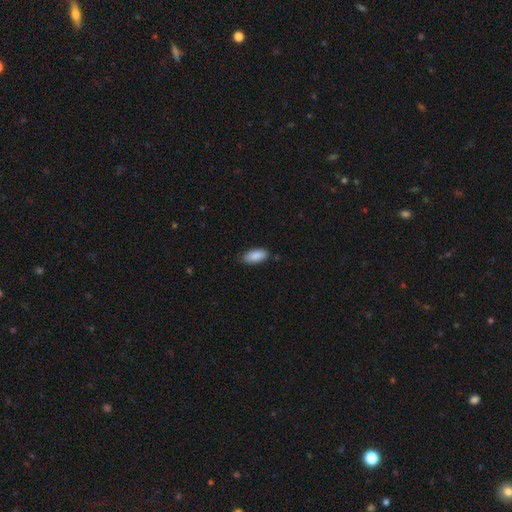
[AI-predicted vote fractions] Q: Smooth or featured?
A: smooth (89%); runner-up: star or artifact (6%)
Q: How rounded?
A: in between (87%); runner-up: cigar-shaped (11%)
Q: Merging?
A: none (76%); runner-up: minor disturbance (19%)